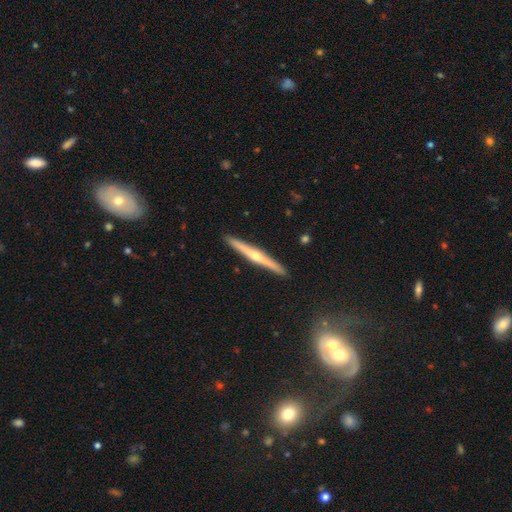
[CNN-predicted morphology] This is likely a featured or disk galaxy (74%). It is clearly viewed edge-on (98%). Edge-on bulge: clearly rounded (85%). Merging: clearly none (92%).